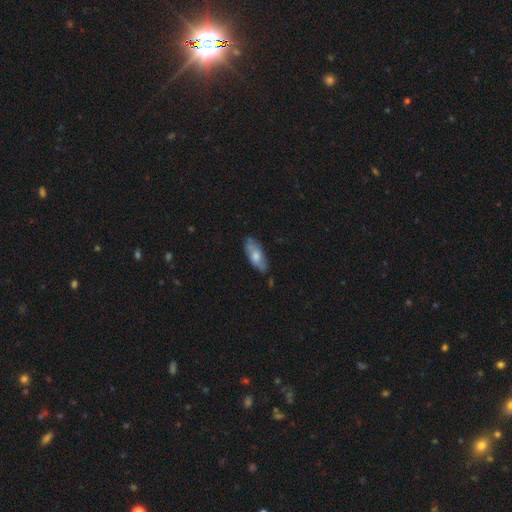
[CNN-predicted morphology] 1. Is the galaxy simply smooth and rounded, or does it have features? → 61% smooth, 33% featured or disk, 6% star or artifact.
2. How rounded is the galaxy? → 77% in between, 21% cigar-shaped, 2% round.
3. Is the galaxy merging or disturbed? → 70% none, 23% minor disturbance, 5% major disturbance, 3% merger.